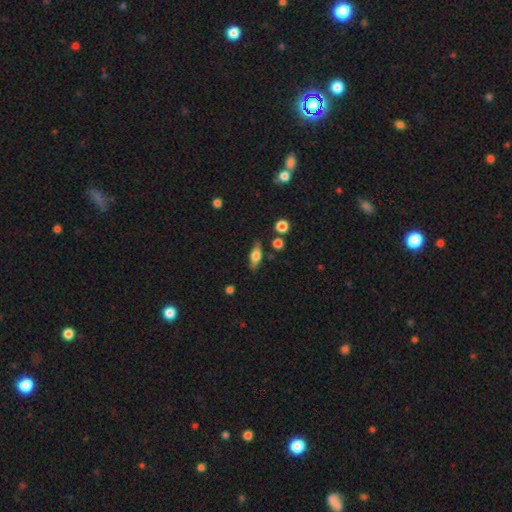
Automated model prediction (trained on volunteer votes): Smooth or featured?
  - smooth: 61% *
  - featured or disk: 31%
  - star or artifact: 8%
How rounded?
  - in between: 69% *
  - cigar-shaped: 26%
  - round: 5%
Merging?
  - none: 79% *
  - minor disturbance: 14%
  - merger: 4%
  - major disturbance: 4%